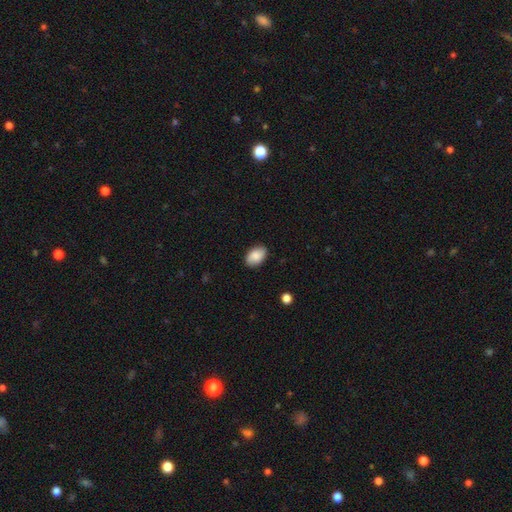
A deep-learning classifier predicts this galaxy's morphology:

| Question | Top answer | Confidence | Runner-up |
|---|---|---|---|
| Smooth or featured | smooth | 83% | featured or disk (10%) |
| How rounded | in between | 89% | round (9%) |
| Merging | none | 86% | minor disturbance (11%) |